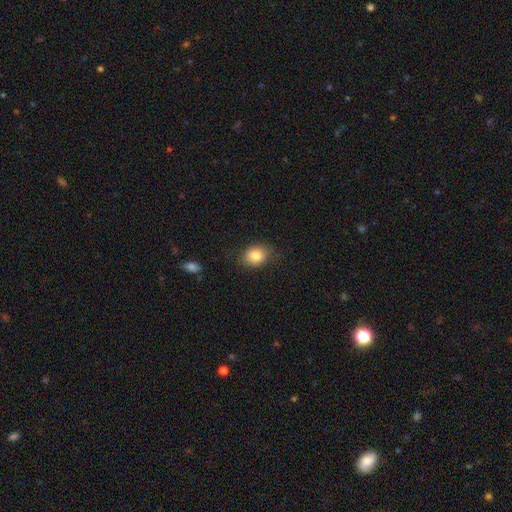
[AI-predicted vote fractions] This is clearly a smooth galaxy (83%). How rounded: possibly in between (54%). Merging: clearly none (80%).